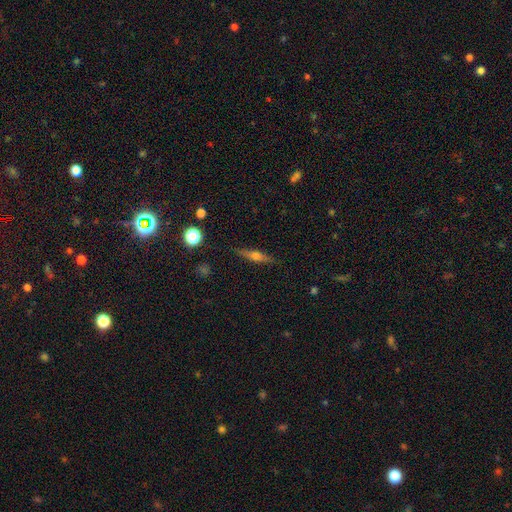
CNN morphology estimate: smooth_or_featured: featured or disk (p=0.57) [alt: smooth p=0.34]
disk_edge_on: yes (p=0.95) [alt: no p=0.05]
edge_on_bulge: rounded (p=0.85) [alt: boxy p=0.09]
merging: none (p=0.88) [alt: minor disturbance p=0.09]